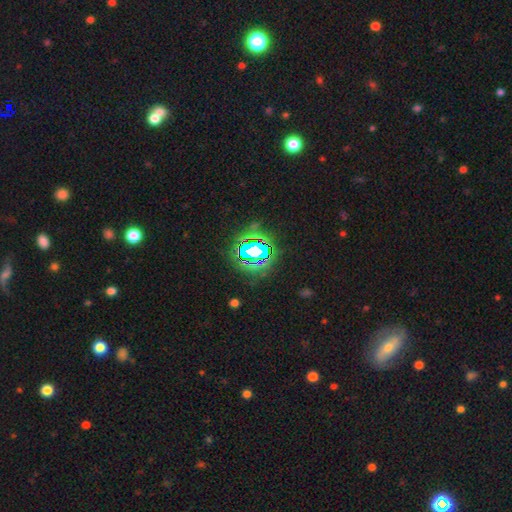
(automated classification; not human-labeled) Q: Smooth or featured?
A: star or artifact (73%); runner-up: smooth (15%)